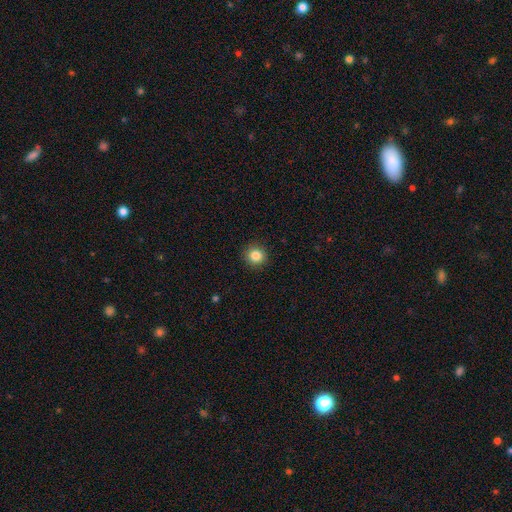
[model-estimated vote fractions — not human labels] smooth_or_featured: smooth (p=0.85) [alt: star or artifact p=0.11]
how_rounded: round (p=0.90) [alt: in between p=0.09]
merging: none (p=0.91) [alt: minor disturbance p=0.06]